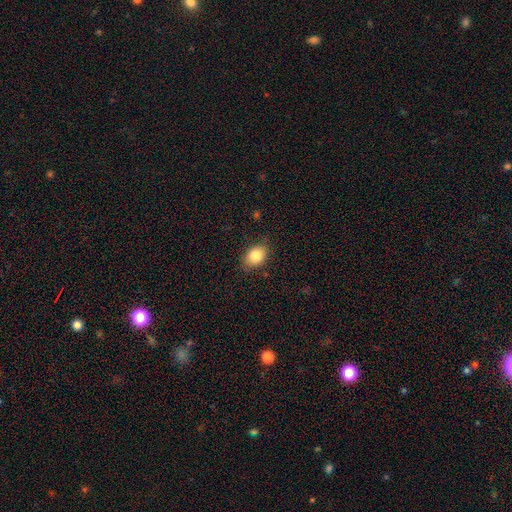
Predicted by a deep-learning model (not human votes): Smooth or featured? smooth (84%)
How rounded? in between (76%)
Merging? none (83%)